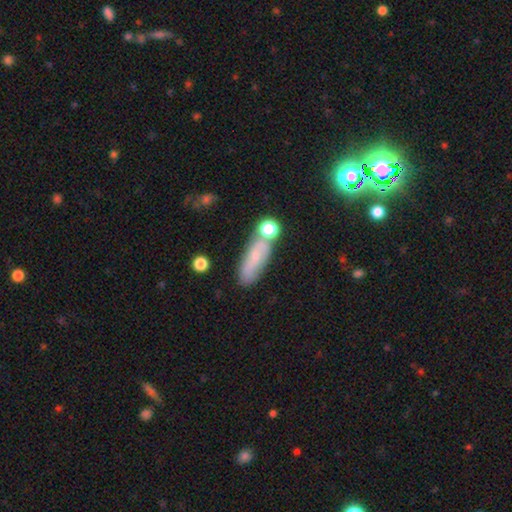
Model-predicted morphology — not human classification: Smooth or featured? Predicted: smooth (p=0.54). How rounded? Predicted: in between (p=0.59). Merging? Predicted: none (p=0.59).